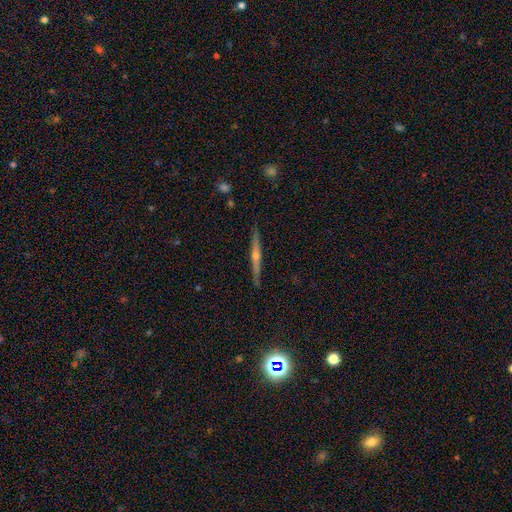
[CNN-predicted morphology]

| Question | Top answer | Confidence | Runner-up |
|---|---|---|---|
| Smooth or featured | featured or disk | 74% | smooth (15%) |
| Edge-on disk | yes | 97% | no (3%) |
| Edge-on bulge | rounded | 86% | none (9%) |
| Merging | none | 91% | minor disturbance (6%) |